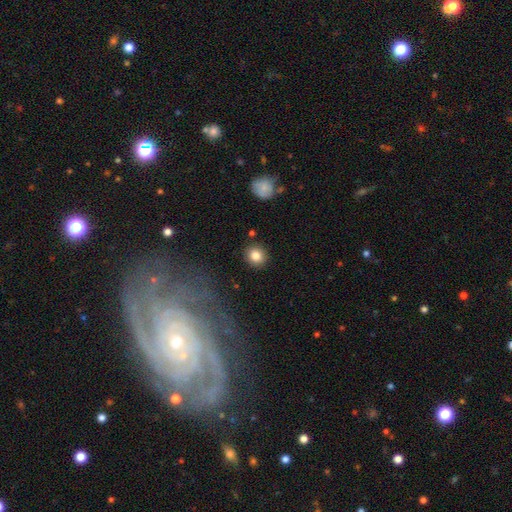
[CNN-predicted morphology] A smooth galaxy with no disk features (83%) that is round (85%).

Vote fractions:
- Smooth or featured? smooth: 83% / star or artifact: 9% / featured or disk: 7%
- How rounded? round: 85% / in between: 14% / cigar-shaped: 1%
- Merging? none: 89% / minor disturbance: 7% / merger: 2% / major disturbance: 2%